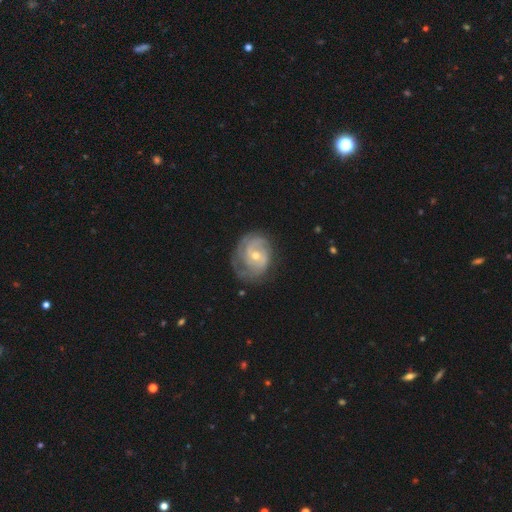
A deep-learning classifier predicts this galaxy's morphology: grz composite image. It shows a featured or disk galaxy (84%) with no bar (57%), 2 (44%) tight (58%) spiral arms (95%) and a small central bulge (50%). Merging: none (69%).